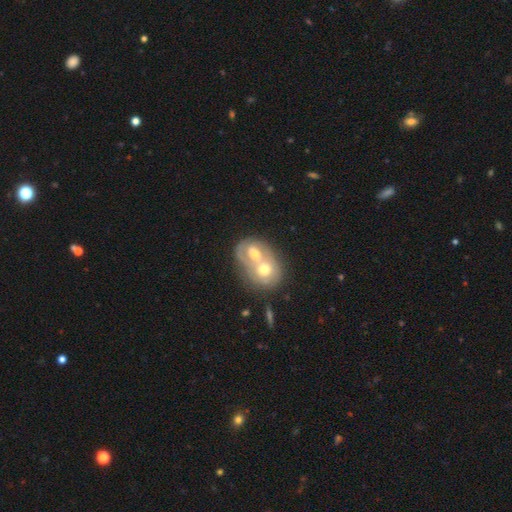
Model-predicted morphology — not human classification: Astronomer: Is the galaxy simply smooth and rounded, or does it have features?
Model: featured or disk — 52% (runner-up: smooth, 40%).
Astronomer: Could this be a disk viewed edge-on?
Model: no — 96%.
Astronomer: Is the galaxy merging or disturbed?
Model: merger — 80%.